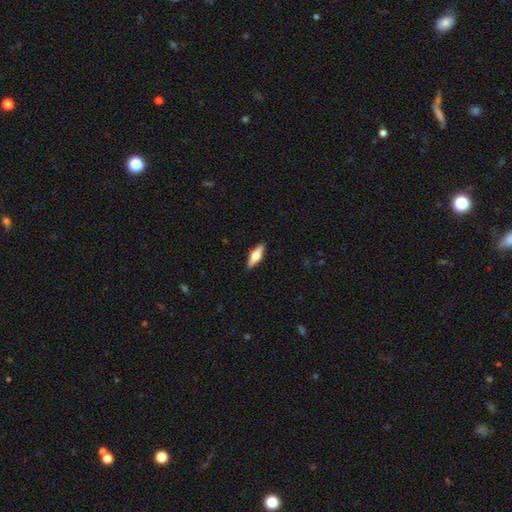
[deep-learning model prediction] Smooth or featured? Predicted: smooth (p=0.48). Merging? Predicted: none (p=0.90).